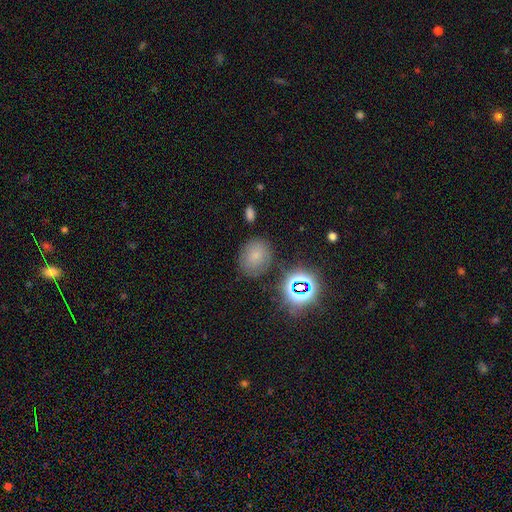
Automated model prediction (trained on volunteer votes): Morphology: type=smooth (65%); roundness=round (52%); merging=none (76%).